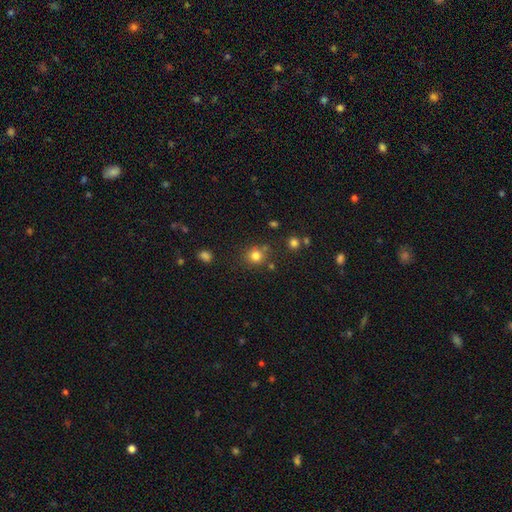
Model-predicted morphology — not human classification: Q: Smooth or featured?
A: smooth (79%); runner-up: star or artifact (14%)
Q: How rounded?
A: round (89%); runner-up: in between (10%)
Q: Merging?
A: none (77%); runner-up: minor disturbance (11%)